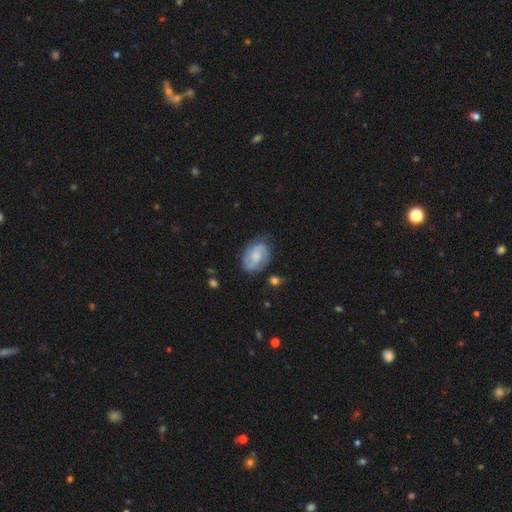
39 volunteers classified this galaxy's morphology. Volunteers were most divided on "bulge size": moderate: 30%, large: 25%, none: 25%, small: 15%, dominant: 5%. Remaining: edge-on disk — no (95%); spiral arms — yes (90%); spiral arm count — 2 (83%); merging — none (76%); bar — no (55%); smooth or featured — featured or disk (54%); spiral winding — medium (44%).